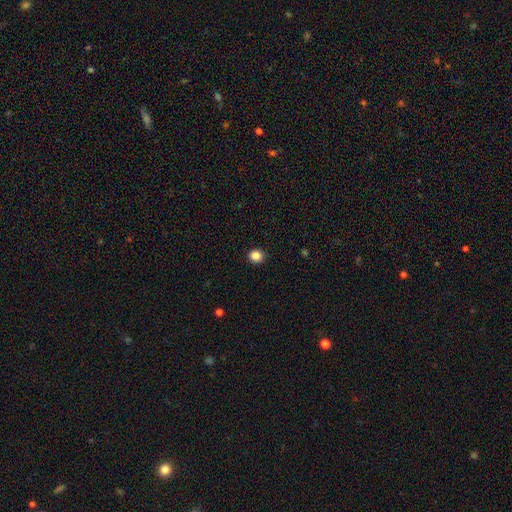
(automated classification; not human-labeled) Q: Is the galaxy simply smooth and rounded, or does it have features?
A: smooth — 86%.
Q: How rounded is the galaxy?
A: round — 81%.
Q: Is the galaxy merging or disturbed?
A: none — 92%.